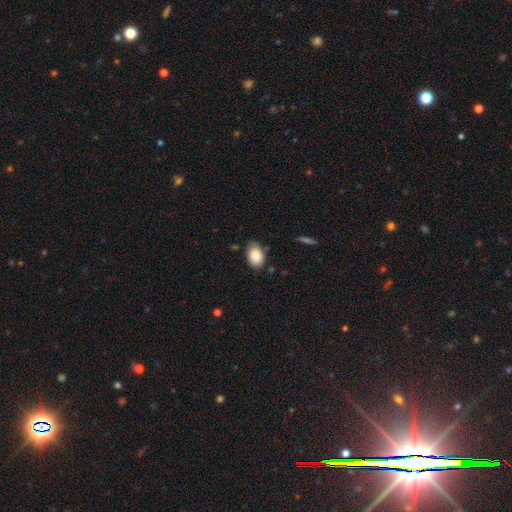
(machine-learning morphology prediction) Smooth or featured?
  - smooth: 87% *
  - star or artifact: 7%
  - featured or disk: 6%
How rounded?
  - in between: 86% *
  - round: 13%
  - cigar-shaped: 1%
Merging?
  - none: 76% *
  - minor disturbance: 19%
  - major disturbance: 3%
  - merger: 2%